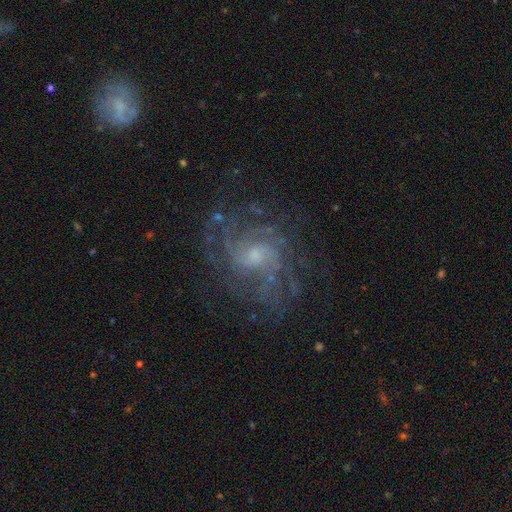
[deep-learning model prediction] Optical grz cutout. It shows a featured or disk galaxy (84%) with no bar (57%), tight (46%) spiral arms (94%) and a small central bulge (55%). Merging: none (72%).